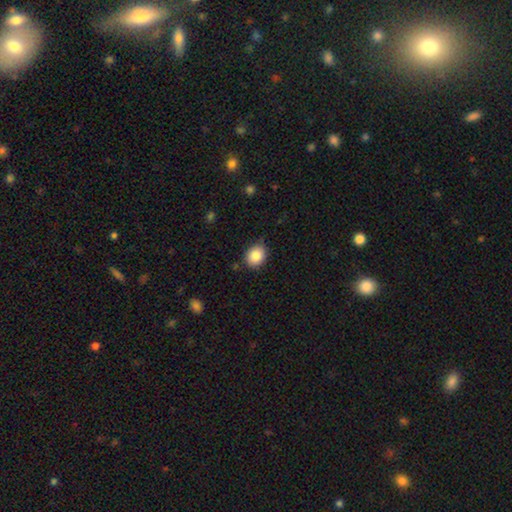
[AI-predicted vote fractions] Smooth or featured: smooth — 85% (star or artifact — 9%)
How rounded: round — 60% (in between — 39%)
Merging: none — 78% (minor disturbance — 18%)